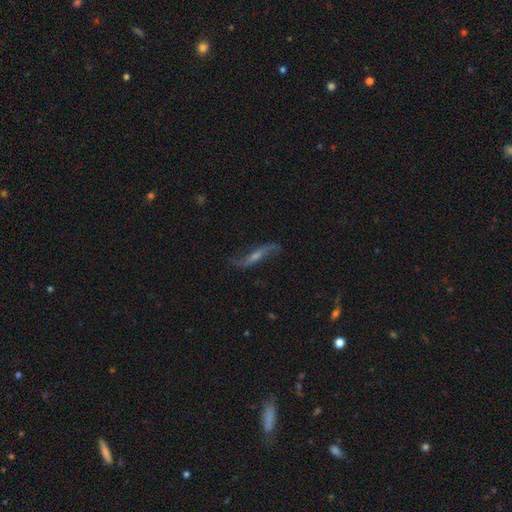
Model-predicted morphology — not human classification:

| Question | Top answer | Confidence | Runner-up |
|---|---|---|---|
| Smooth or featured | featured or disk | 77% | smooth (14%) |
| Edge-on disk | no | 70% | yes (30%) |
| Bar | no | 36% | weak (35%) |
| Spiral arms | yes | 92% | no (8%) |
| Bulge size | small | 50% | moderate (35%) |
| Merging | none | 73% | minor disturbance (17%) |